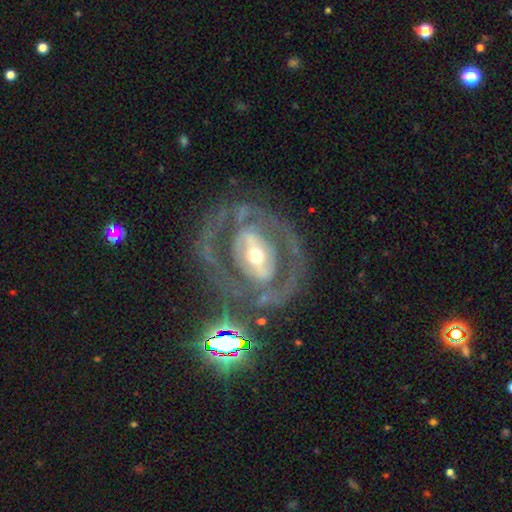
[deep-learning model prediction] Smooth or featured? Predicted: featured or disk (p=0.80). Edge-on disk? Predicted: no (p=0.95). Bar? Predicted: strong (p=0.44). Spiral arms? Predicted: yes (p=0.56). Bulge size? Predicted: moderate (p=0.59). Merging? Predicted: none (p=0.59).